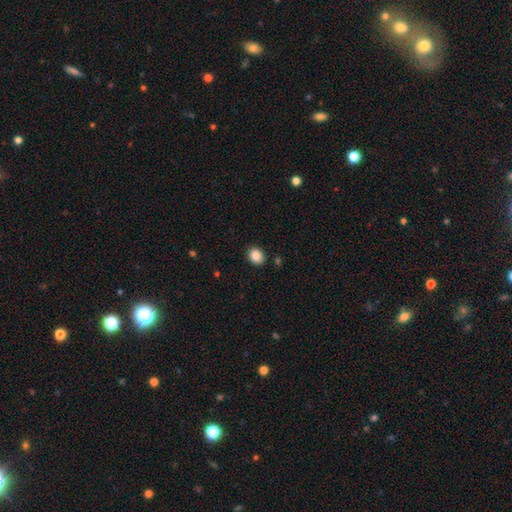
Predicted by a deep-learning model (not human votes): Smooth or featured: smooth — 88% (star or artifact — 9%)
How rounded: in between — 51% (round — 48%)
Merging: none — 87% (minor disturbance — 9%)